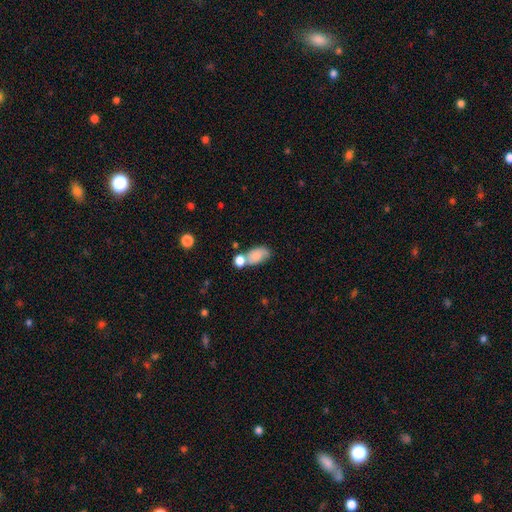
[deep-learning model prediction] Q: Smooth or featured?
A: smooth (74%); runner-up: featured or disk (17%)
Q: How rounded?
A: in between (87%); runner-up: round (9%)
Q: Merging?
A: none (38%); runner-up: merger (36%)